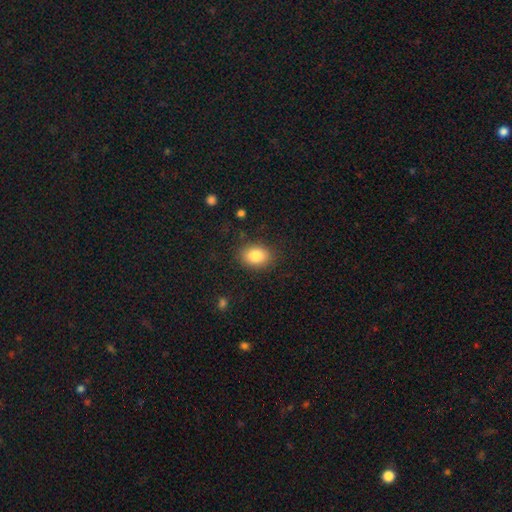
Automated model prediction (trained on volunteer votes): smooth-or-featured: smooth: 84% | star or artifact: 8% | featured or disk: 7%
  how-rounded: in between: 69% | round: 30% | cigar-shaped: 1%
  merging: none: 86% | minor disturbance: 10% | major disturbance: 3% | merger: 1%